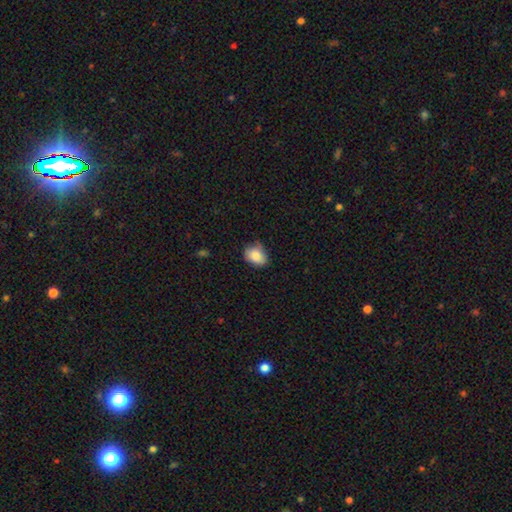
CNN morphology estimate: The model was most divided on "merging": none: 63%, minor disturbance: 30%, major disturbance: 5%, merger: 2%. More confident: smooth or featured — smooth (84%); how rounded — in between (67%).